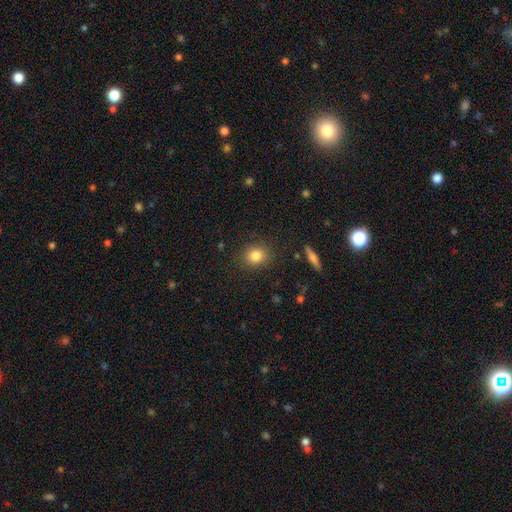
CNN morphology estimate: The model was most divided on "how rounded": round: 71%, in between: 28%, cigar-shaped: 1%. More confident: merging — none (87%); smooth or featured — smooth (82%).